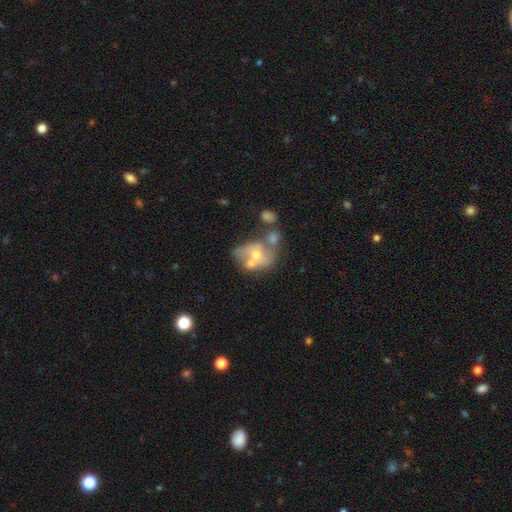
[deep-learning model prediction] This appears to be a featured or disk galaxy (51%). Merging: merger (49%).